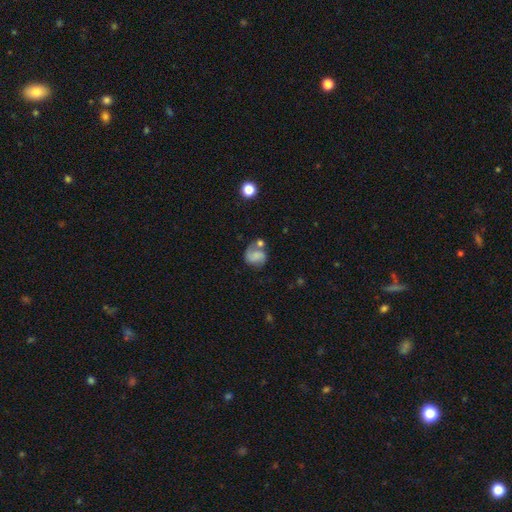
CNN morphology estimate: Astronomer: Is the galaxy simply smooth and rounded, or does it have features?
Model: smooth — 48% (runner-up: featured or disk, 42%).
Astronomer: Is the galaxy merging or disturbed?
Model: none — 43% (runner-up: merger, 24%).